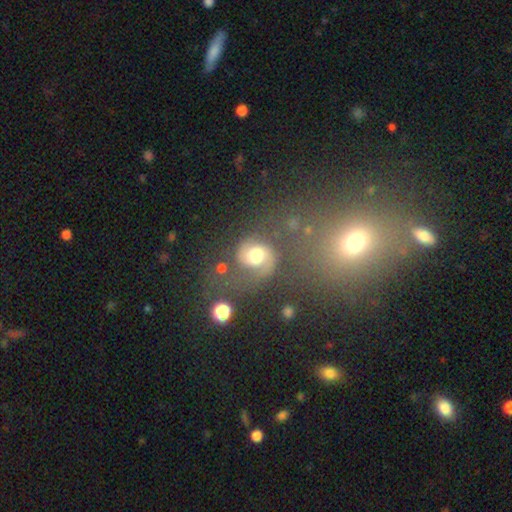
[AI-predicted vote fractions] Smooth or featured: featured or disk — 52% (smooth — 35%)
Edge-on disk: no — 97% (yes — 3%)
Bar: no — 65% (weak — 28%)
Spiral arms: yes — 82% (no — 18%)
Bulge size: moderate — 55% (large — 30%)
Merging: none — 53% (major disturbance — 18%)